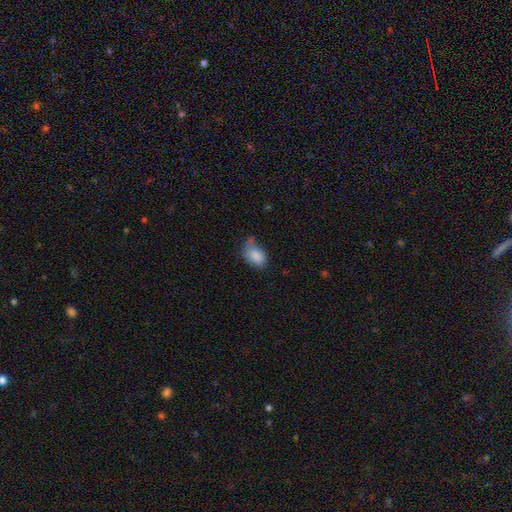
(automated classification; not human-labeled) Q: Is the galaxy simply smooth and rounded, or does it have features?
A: smooth — 84%.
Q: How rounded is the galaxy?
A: in between — 87%.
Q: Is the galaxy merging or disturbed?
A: none — 45%.